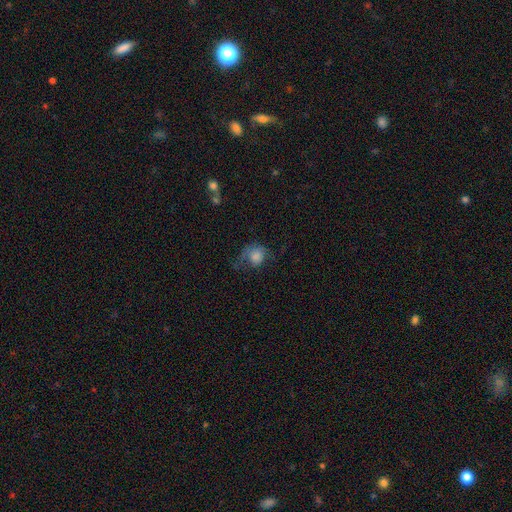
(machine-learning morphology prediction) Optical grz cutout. It shows a smooth galaxy with no disk features (69%) that is round (69%). Merging: major disturbance (38%).